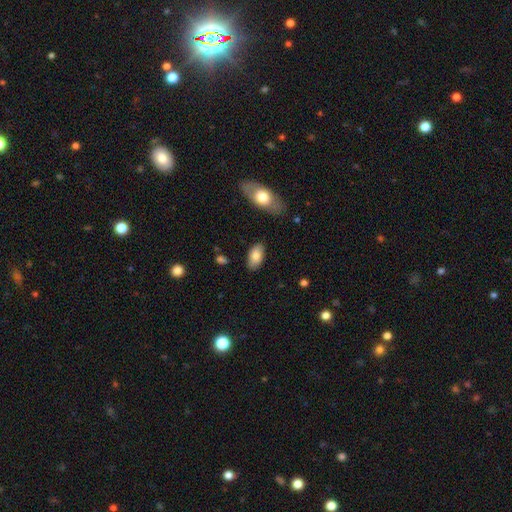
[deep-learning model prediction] Q: Smooth or featured?
A: smooth (81%); runner-up: featured or disk (13%)
Q: How rounded?
A: in between (94%); runner-up: cigar-shaped (3%)
Q: Merging?
A: none (85%); runner-up: minor disturbance (11%)